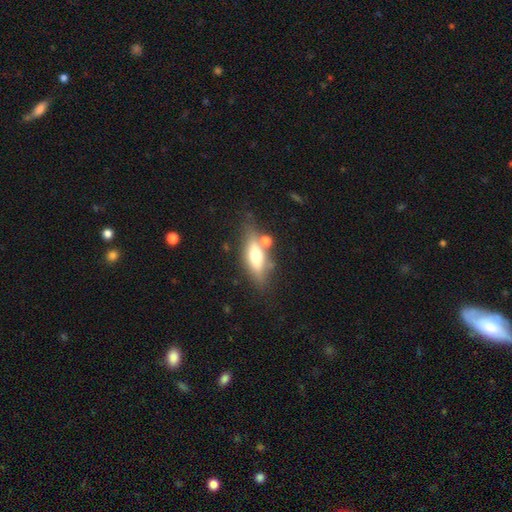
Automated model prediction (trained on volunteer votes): The model was most divided on "smooth or featured": smooth: 50%, featured or disk: 42%, star or artifact: 8%. More confident: merging — none (67%).